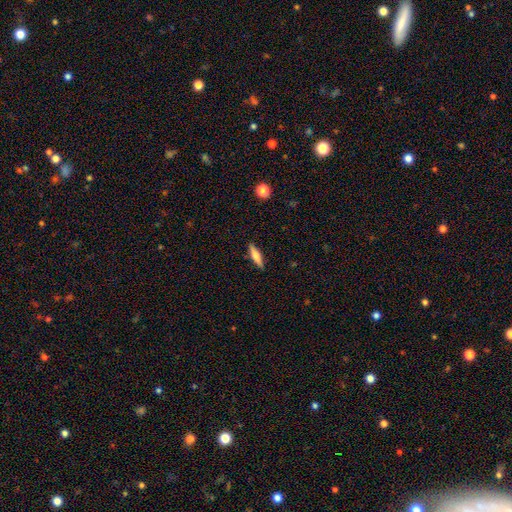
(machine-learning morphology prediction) Smooth or featured: smooth — 61% (featured or disk — 32%)
How rounded: cigar-shaped — 76% (in between — 22%)
Merging: none — 89% (minor disturbance — 8%)